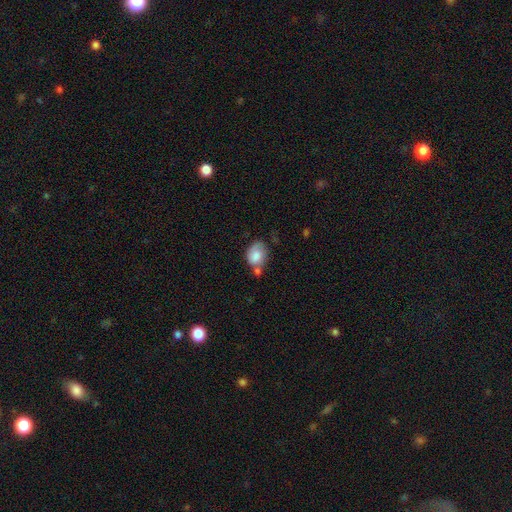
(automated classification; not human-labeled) This is likely a smooth galaxy (77%). How rounded: likely in between (69%). Merging: marginally none (39%).